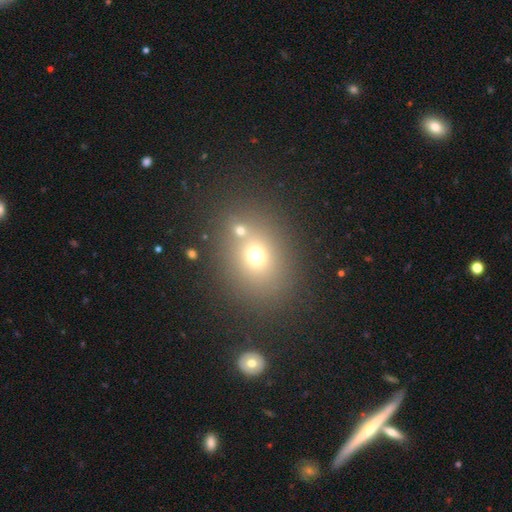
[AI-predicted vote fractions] Q: Smooth or featured?
A: smooth (66%); runner-up: star or artifact (20%)
Q: How rounded?
A: round (58%); runner-up: in between (40%)
Q: Merging?
A: none (67%); runner-up: merger (18%)